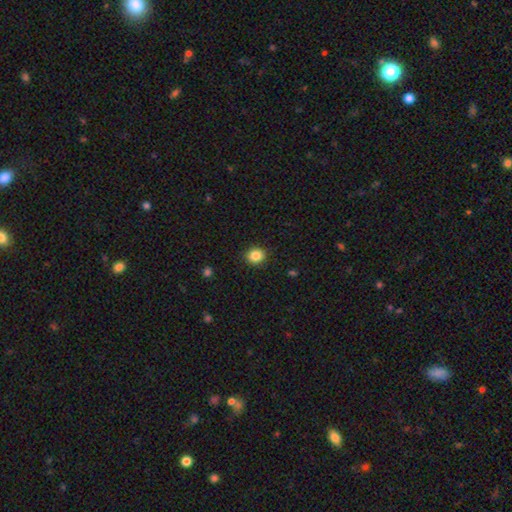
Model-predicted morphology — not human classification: This is clearly a smooth galaxy (86%). How rounded: clearly round (83%). Merging: clearly none (91%).